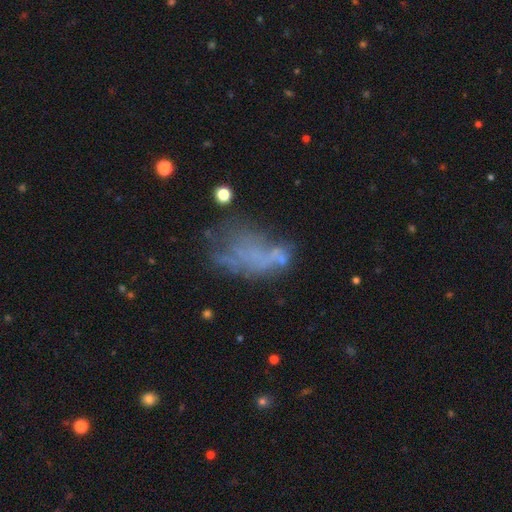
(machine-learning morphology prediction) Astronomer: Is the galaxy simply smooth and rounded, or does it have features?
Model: featured or disk — 44% (runner-up: smooth, 35%).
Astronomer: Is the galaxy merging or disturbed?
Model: major disturbance — 34% (runner-up: none, 32%).